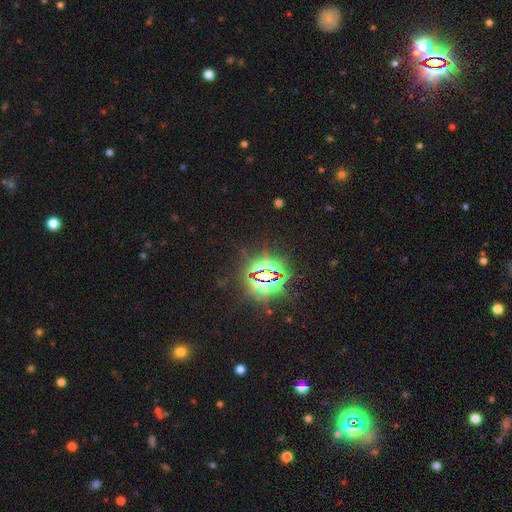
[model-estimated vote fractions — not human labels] A star or artifact, not a galaxy (82%).